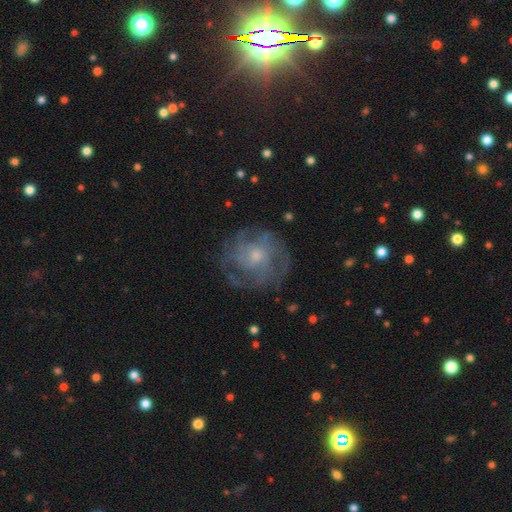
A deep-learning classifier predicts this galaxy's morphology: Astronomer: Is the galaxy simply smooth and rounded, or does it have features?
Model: featured or disk — 71%.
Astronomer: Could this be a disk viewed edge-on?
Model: no — 97%.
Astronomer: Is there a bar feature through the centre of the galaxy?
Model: no — 77%.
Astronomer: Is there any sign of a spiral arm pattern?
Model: yes — 77%.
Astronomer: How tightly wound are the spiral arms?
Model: tight — 50% (runner-up: medium, 35%).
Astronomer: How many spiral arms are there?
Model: can't tell — 48%.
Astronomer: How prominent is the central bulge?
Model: small — 51% (runner-up: moderate, 41%).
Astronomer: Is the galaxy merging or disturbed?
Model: none — 70%.